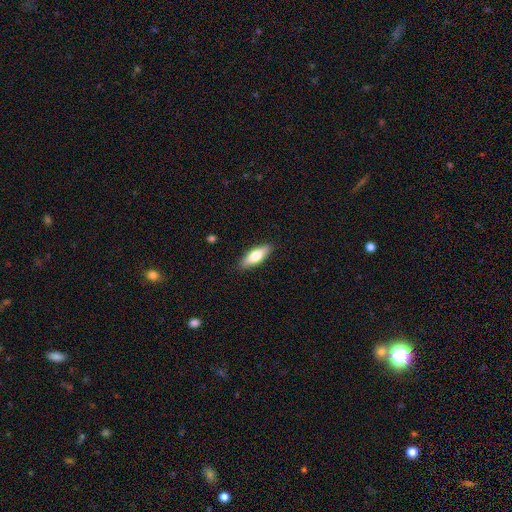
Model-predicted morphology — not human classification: A smooth galaxy with no disk features (73%) that is in between round and cigar-shaped (62%).

Vote fractions:
- Smooth or featured? smooth: 73% / featured or disk: 21% / star or artifact: 6%
- How rounded? in between: 62% / cigar-shaped: 35% / round: 2%
- Merging? none: 88% / minor disturbance: 9% / major disturbance: 2% / merger: 1%